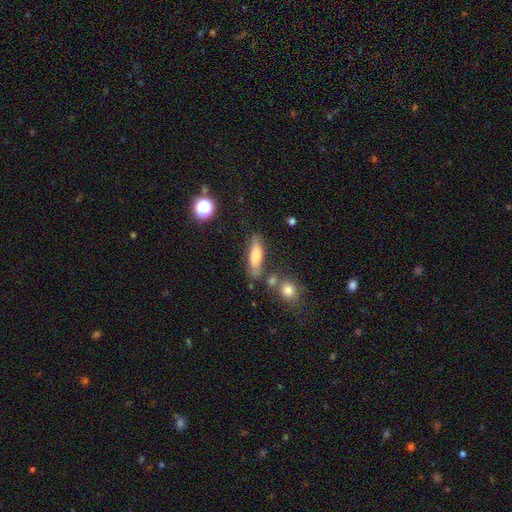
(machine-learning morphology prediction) smooth_or_featured: smooth (p=0.73) [alt: featured or disk p=0.18]
how_rounded: cigar-shaped (p=0.48) [tied with: in between p=0.48]
merging: none (p=0.64) [alt: minor disturbance p=0.19]